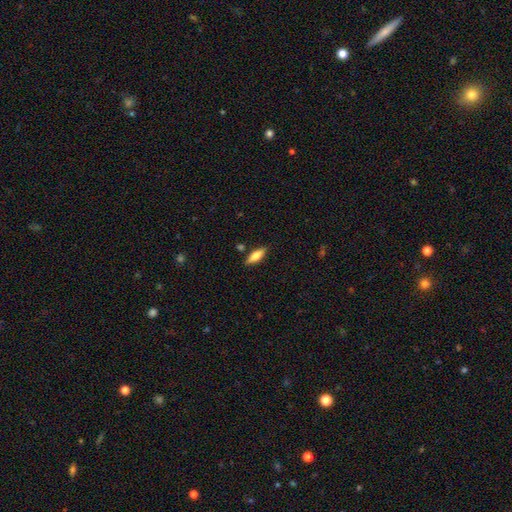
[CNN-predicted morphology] Smooth or featured: smooth — 69% (featured or disk — 25%)
How rounded: in between — 62% (cigar-shaped — 36%)
Merging: none — 84% (minor disturbance — 11%)